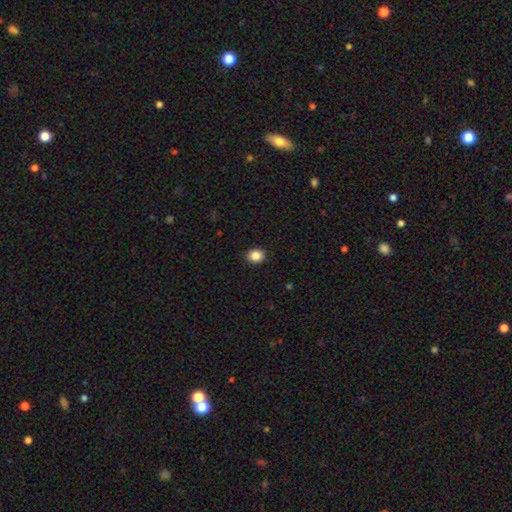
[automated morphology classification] Overall: smooth (87%). How rounded: round (65%; in between 34%). Merging: none (91%).